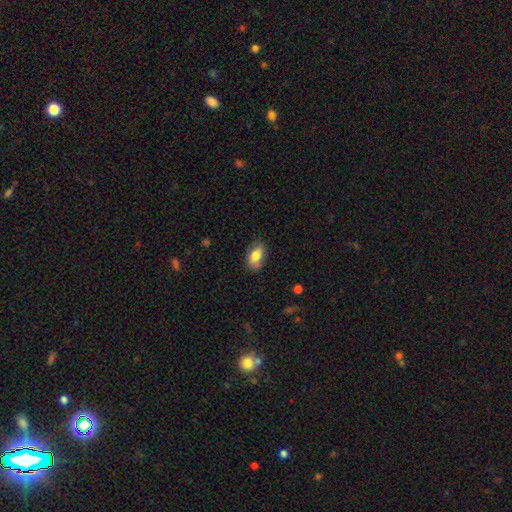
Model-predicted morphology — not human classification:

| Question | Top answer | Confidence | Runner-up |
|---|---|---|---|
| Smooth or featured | smooth | 79% | featured or disk (13%) |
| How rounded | in between | 90% | round (7%) |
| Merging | none | 72% | minor disturbance (21%) |